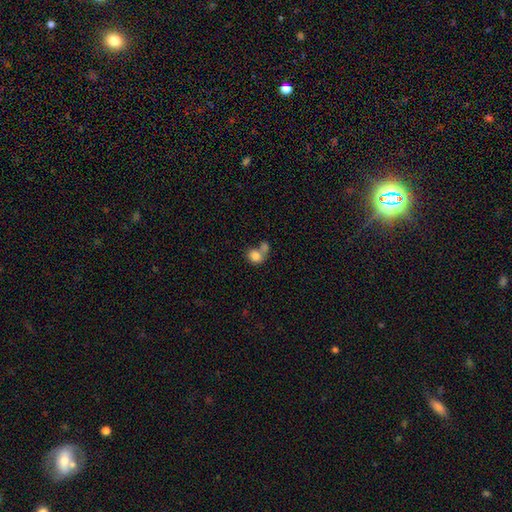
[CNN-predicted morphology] Smooth or featured?
  - smooth: 80% *
  - featured or disk: 11%
  - star or artifact: 9%
How rounded?
  - round: 58% *
  - in between: 41%
  - cigar-shaped: 1%
Merging?
  - merger: 54% *
  - none: 30%
  - minor disturbance: 9%
  - major disturbance: 7%